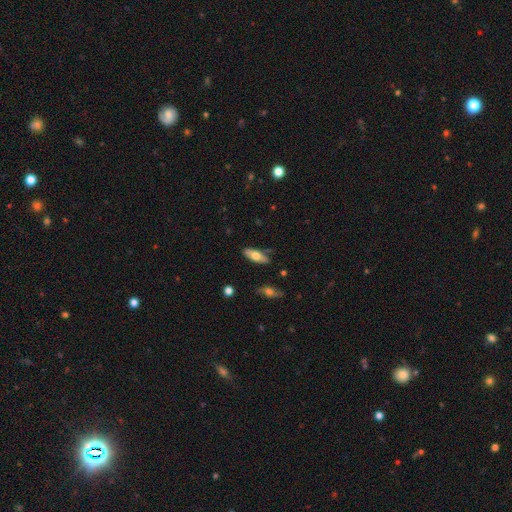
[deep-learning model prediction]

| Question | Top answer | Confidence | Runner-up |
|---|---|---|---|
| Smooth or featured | smooth | 65% | featured or disk (29%) |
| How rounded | in between | 71% | cigar-shaped (26%) |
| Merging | none | 74% | minor disturbance (19%) |